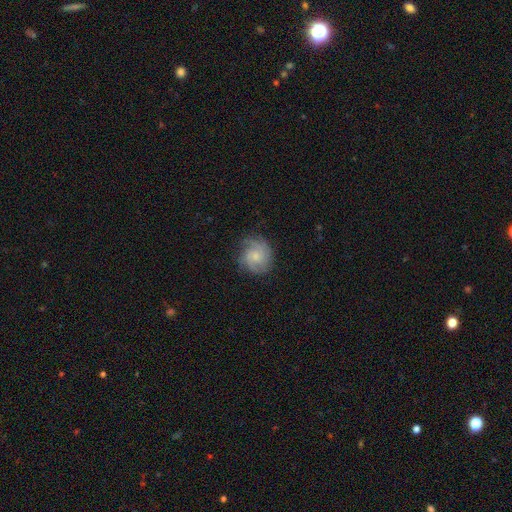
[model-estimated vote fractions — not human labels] Smooth or featured: featured or disk — 70% (smooth — 23%)
Edge-on disk: no — 98% (yes — 2%)
Bar: no — 72% (weak — 25%)
Spiral arms: yes — 95% (no — 5%)
Spiral winding: tight — 52% (medium — 37%)
Spiral arm count: 3 — 33% (2 — 24%)
Bulge size: small — 58% (moderate — 30%)
Merging: none — 75% (minor disturbance — 17%)